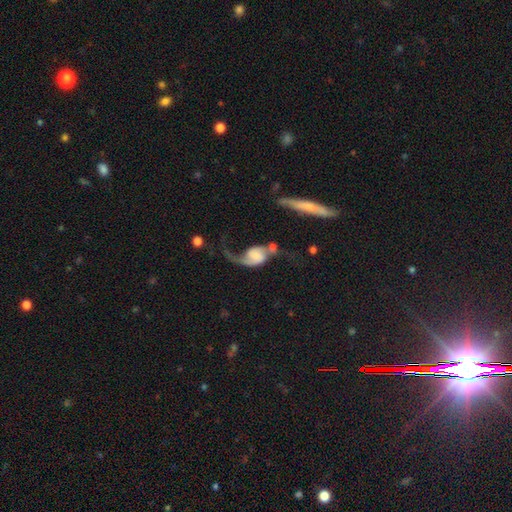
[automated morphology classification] Smooth or featured? Predicted: featured or disk (p=0.75). Edge-on disk? Predicted: no (p=0.96). Bar? Predicted: no (p=0.61). Spiral arms? Predicted: yes (p=0.92). Spiral winding? Predicted: loose (p=0.80). Spiral arm count? Predicted: 2 (p=0.75). Bulge size? Predicted: none (p=0.31). Merging? Predicted: major disturbance (p=0.31).